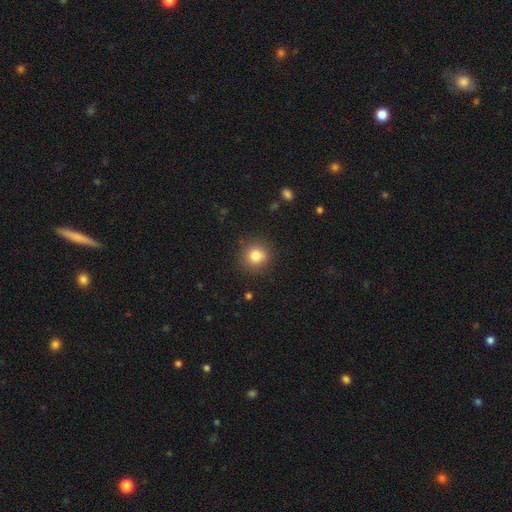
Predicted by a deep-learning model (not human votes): smooth 83%, star or artifact 11%, featured or disk 6%. Down the decision tree: how rounded — round (92%); merging — none (88%).